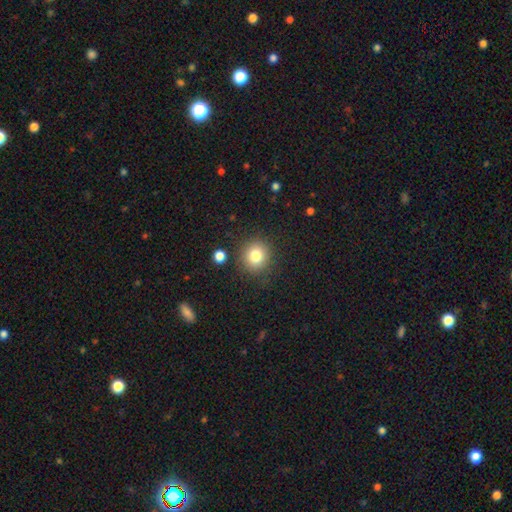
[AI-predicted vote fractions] smooth-or-featured: smooth: 81% | star or artifact: 11% | featured or disk: 8%
  how-rounded: round: 87% | in between: 12% | cigar-shaped: 1%
  merging: none: 86% | minor disturbance: 8% | major disturbance: 3% | merger: 3%